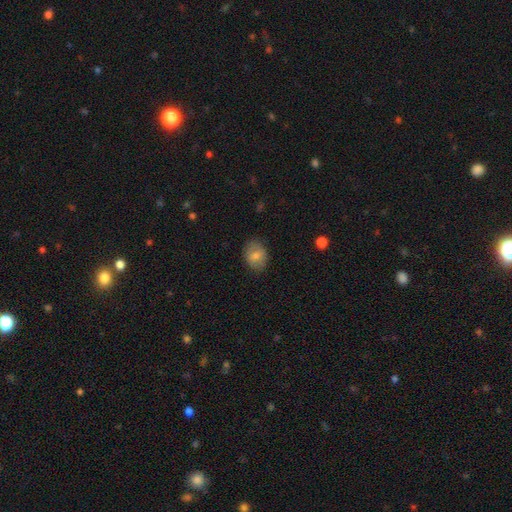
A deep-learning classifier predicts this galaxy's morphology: Q: Smooth or featured?
A: smooth (75%); runner-up: featured or disk (17%)
Q: How rounded?
A: in between (61%); runner-up: round (38%)
Q: Merging?
A: none (82%); runner-up: minor disturbance (13%)